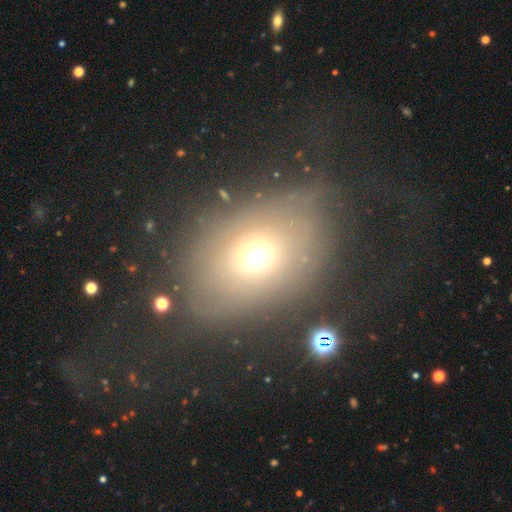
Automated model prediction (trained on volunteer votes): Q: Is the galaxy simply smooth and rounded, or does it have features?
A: smooth — 56%.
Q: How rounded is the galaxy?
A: in between — 66%.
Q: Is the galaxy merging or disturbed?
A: none — 59%.